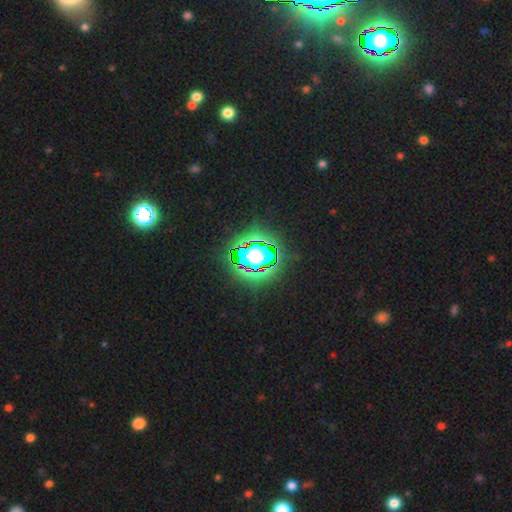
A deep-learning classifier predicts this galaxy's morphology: A star or artifact, not a galaxy (64%).

Vote fractions:
- Smooth or featured? star or artifact: 64% / smooth: 23% / featured or disk: 13%